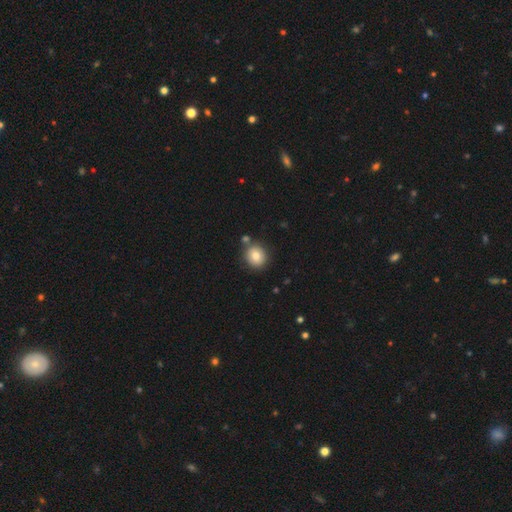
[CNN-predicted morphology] Smooth or featured? smooth (81%)
How rounded? round (77%)
Merging? none (77%)